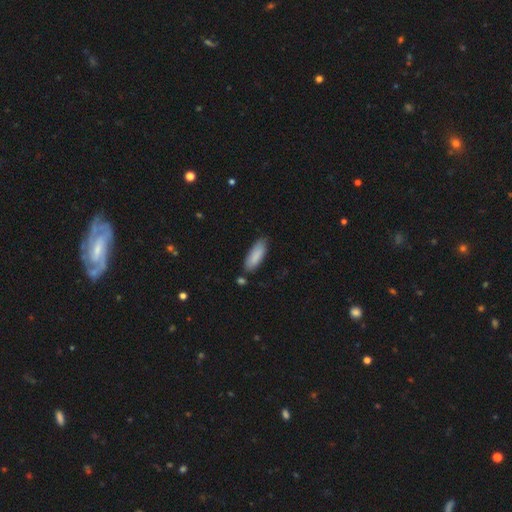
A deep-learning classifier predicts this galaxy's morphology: This is clearly a smooth galaxy (87%). How rounded: likely in between (62%). Merging: likely none (74%).